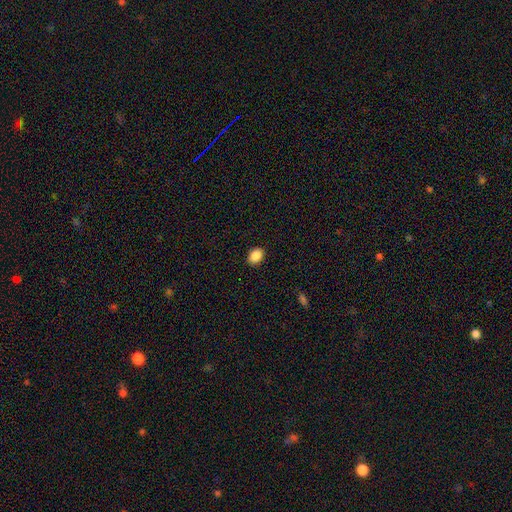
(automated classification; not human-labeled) Smooth or featured: smooth — 89% (star or artifact — 8%)
How rounded: in between — 69% (round — 30%)
Merging: none — 90% (minor disturbance — 7%)